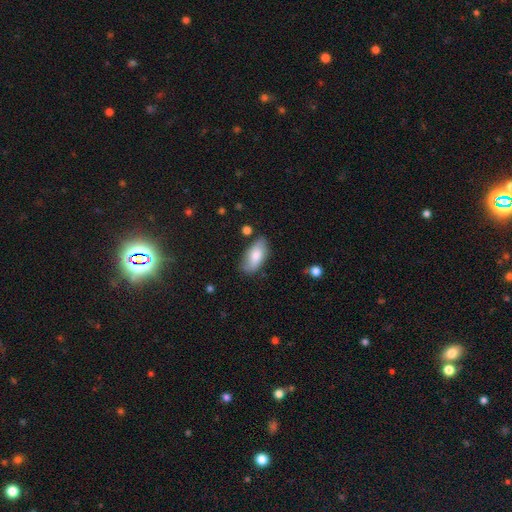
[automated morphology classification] Smooth or featured?
  - smooth: 75% *
  - featured or disk: 19%
  - star or artifact: 6%
How rounded?
  - in between: 89% *
  - cigar-shaped: 8%
  - round: 3%
Merging?
  - none: 73% *
  - minor disturbance: 20%
  - major disturbance: 4%
  - merger: 3%